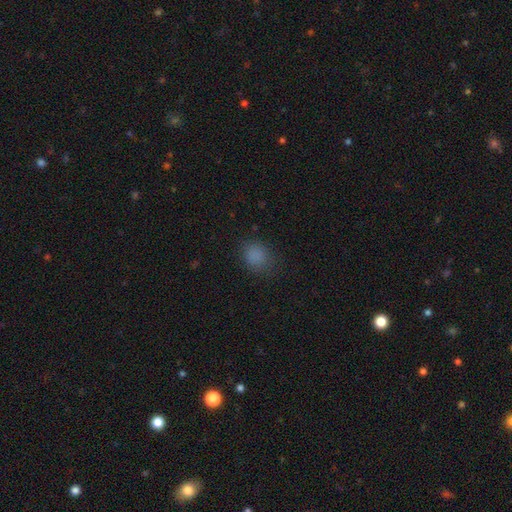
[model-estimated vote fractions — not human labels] Q: Smooth or featured?
A: smooth (81%); runner-up: star or artifact (14%)
Q: How rounded?
A: round (65%); runner-up: in between (34%)
Q: Merging?
A: none (77%); runner-up: minor disturbance (16%)